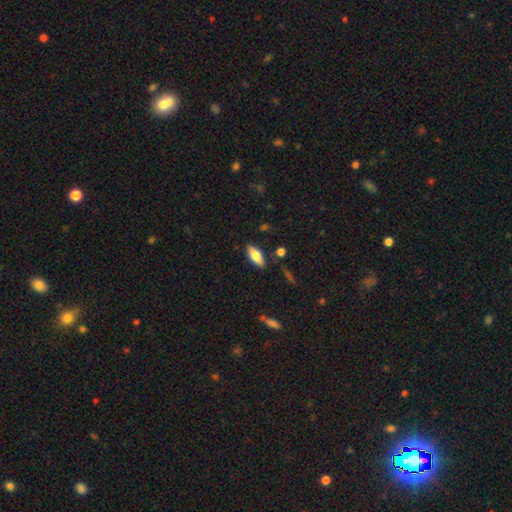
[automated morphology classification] Smooth or featured?
  - smooth: 70% *
  - featured or disk: 23%
  - star or artifact: 7%
How rounded?
  - in between: 76% *
  - cigar-shaped: 21%
  - round: 2%
Merging?
  - none: 84% *
  - minor disturbance: 11%
  - merger: 3%
  - major disturbance: 3%